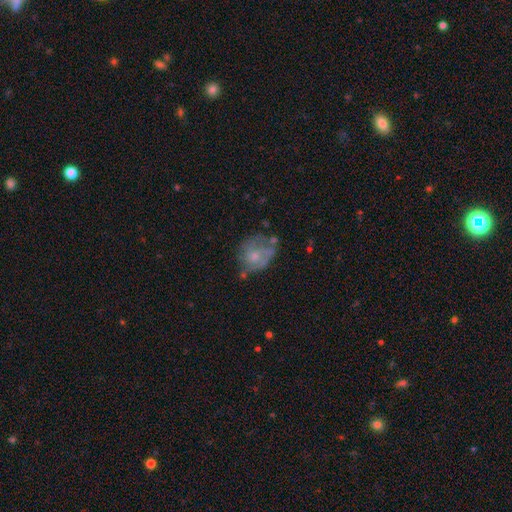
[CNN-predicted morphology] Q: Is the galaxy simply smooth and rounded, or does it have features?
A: featured or disk — 53%.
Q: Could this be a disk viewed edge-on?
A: no — 97%.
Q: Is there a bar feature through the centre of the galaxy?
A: no — 80%.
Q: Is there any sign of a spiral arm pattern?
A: yes — 51%.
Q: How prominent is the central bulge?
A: small — 45%.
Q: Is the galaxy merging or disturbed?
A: none — 41%.